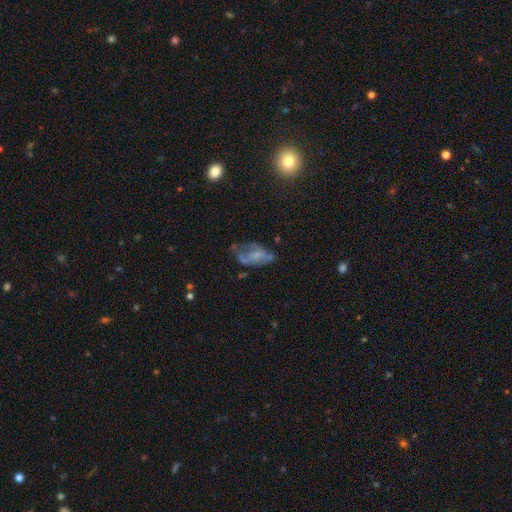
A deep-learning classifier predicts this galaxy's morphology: This appears to be a featured or disk galaxy (46%). Merging: none (36%).